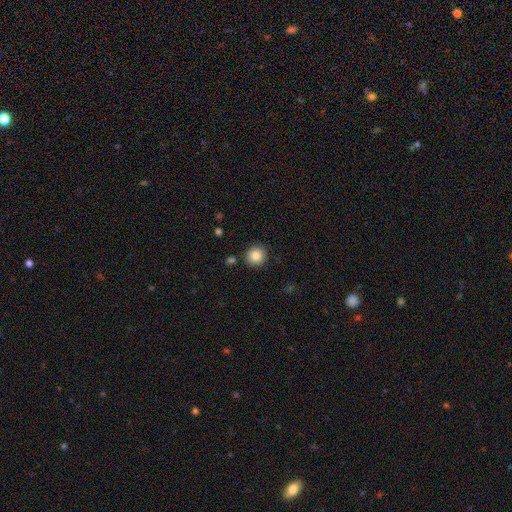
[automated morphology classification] This appears to be a smooth galaxy with no disk features (86%) that is round (94%). Merging: none (88%).